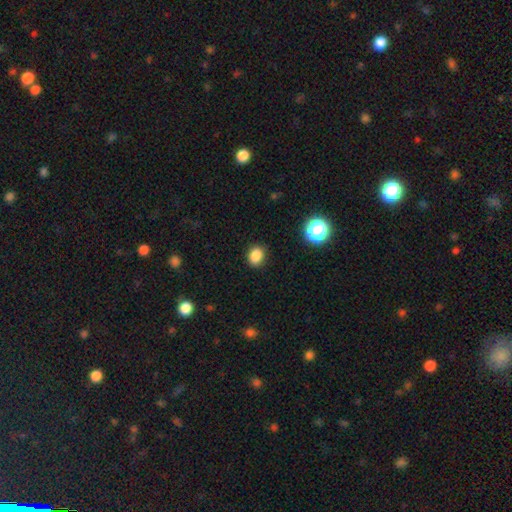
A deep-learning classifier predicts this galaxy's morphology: Smooth or featured? Predicted: smooth (p=0.85). How rounded? Predicted: round (p=0.56). Merging? Predicted: none (p=0.88).